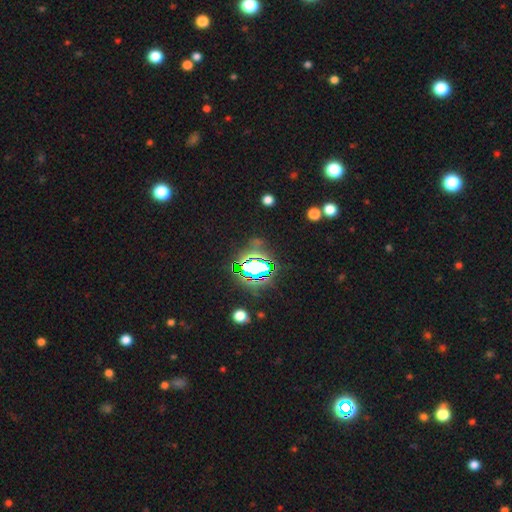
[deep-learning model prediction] Q: Smooth or featured?
A: star or artifact (81%); runner-up: smooth (11%)